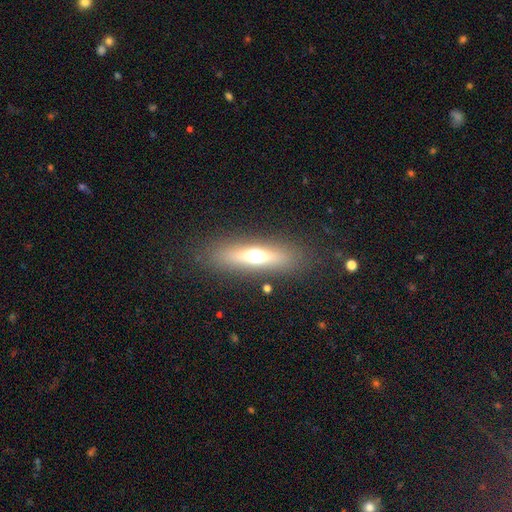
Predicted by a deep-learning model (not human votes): smooth 49%, featured or disk 40%, star or artifact 11%. Down the decision tree: merging — none (85%).